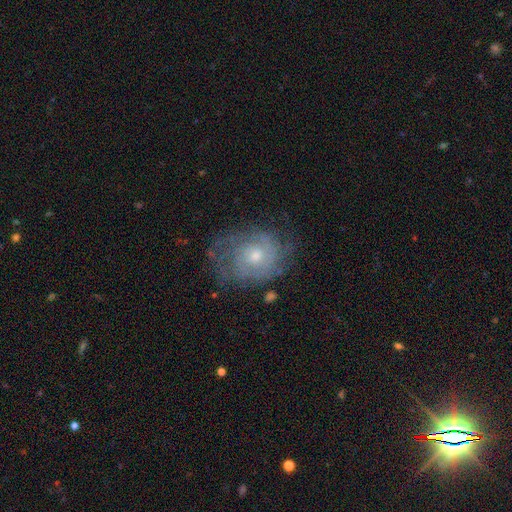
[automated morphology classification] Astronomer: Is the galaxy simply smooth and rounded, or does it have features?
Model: featured or disk — 74%.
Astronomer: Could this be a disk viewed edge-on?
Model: no — 97%.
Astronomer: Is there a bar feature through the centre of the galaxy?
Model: no — 80%.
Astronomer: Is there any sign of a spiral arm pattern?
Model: yes — 84%.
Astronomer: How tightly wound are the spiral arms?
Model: tight — 65%.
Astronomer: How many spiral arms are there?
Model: can't tell — 51%.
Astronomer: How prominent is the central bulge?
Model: moderate — 49% (runner-up: small, 46%).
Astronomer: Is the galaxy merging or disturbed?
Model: none — 62%.